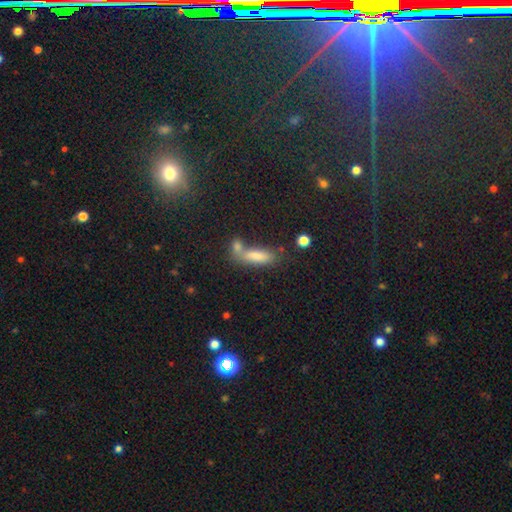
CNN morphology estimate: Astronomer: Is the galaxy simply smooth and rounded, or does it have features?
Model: smooth — 69%.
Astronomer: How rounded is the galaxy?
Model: in between — 51% (runner-up: cigar-shaped, 44%).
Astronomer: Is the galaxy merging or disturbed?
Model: none — 48% (runner-up: merger, 31%).